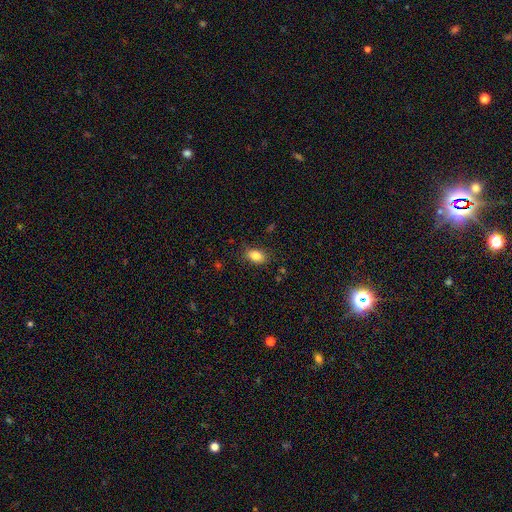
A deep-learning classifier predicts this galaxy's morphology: smooth_or_featured: smooth (p=0.85) [alt: star or artifact p=0.09]
how_rounded: in between (p=0.85) [alt: round p=0.13]
merging: none (p=0.83) [alt: minor disturbance p=0.12]